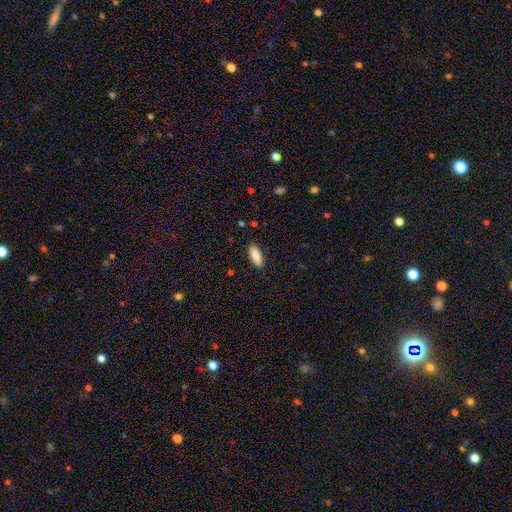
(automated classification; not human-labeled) smooth-or-featured: smooth: 88% | star or artifact: 6% | featured or disk: 5%
  how-rounded: in between: 81% | cigar-shaped: 17% | round: 2%
  merging: none: 88% | minor disturbance: 9% | major disturbance: 2% | merger: 1%